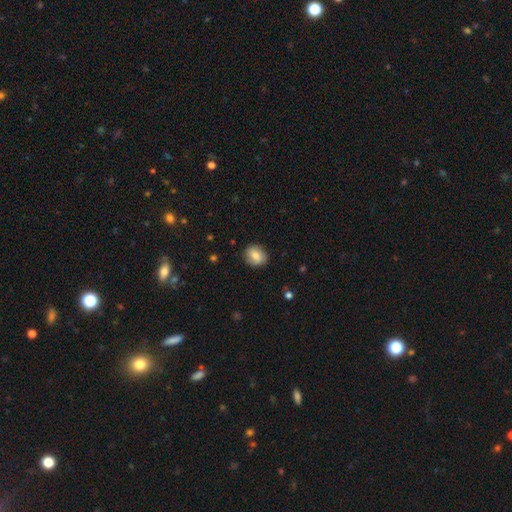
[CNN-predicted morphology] Overall: smooth (77%). How rounded: round (69%; in between 30%). Merging: none (86%).